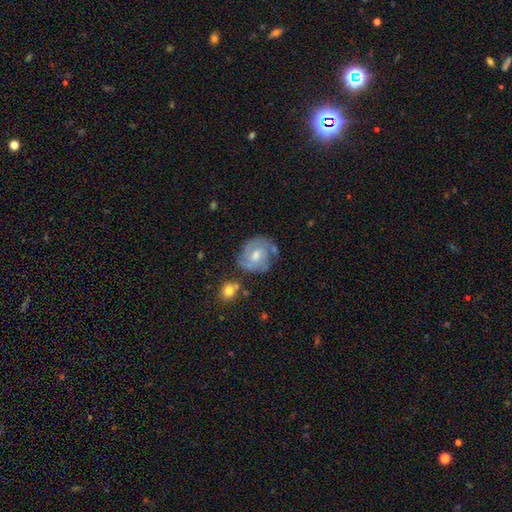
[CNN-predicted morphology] This appears to be a featured or disk galaxy (67%) with no bar (47%), 2 (35%) tight (50%) spiral arms (85%) and a moderate central bulge (62%). Merging: none (63%).